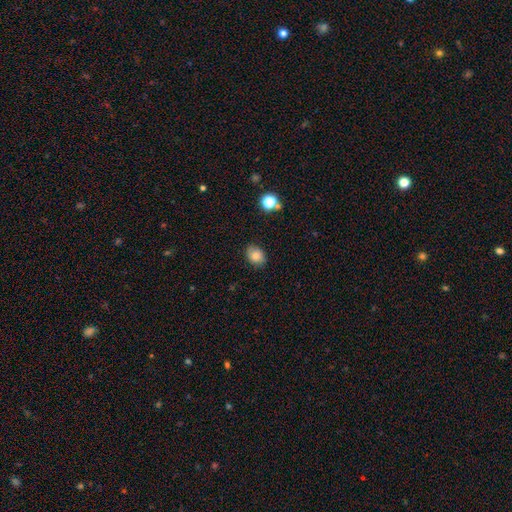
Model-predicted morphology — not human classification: This appears to be a smooth galaxy with no disk features (82%) that is in between round and cigar-shaped (61%). Merging: none (79%).